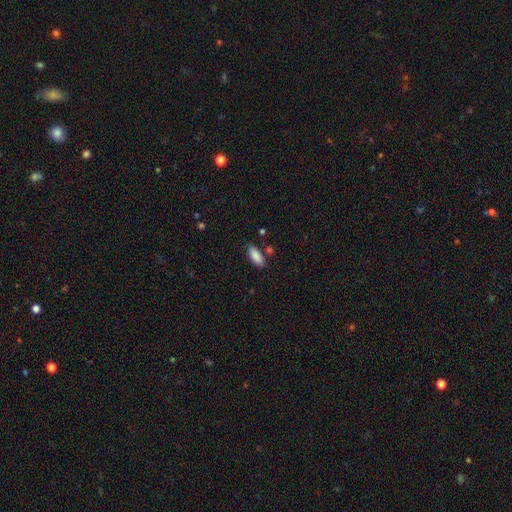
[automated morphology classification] This is clearly a smooth galaxy (89%). How rounded: clearly in between (84%). Merging: clearly none (81%).